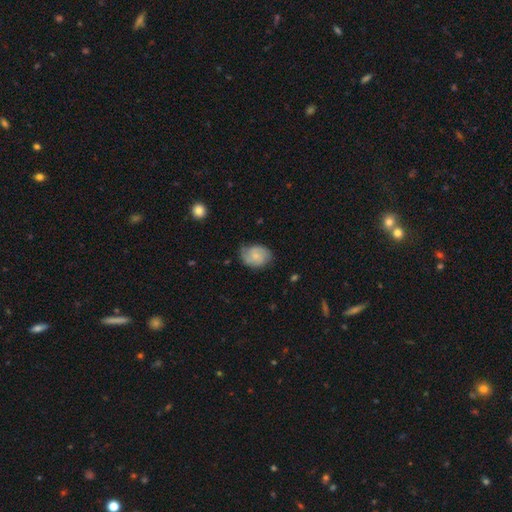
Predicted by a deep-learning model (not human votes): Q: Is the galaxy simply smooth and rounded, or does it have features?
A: featured or disk — 49%.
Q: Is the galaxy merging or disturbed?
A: none — 68%.